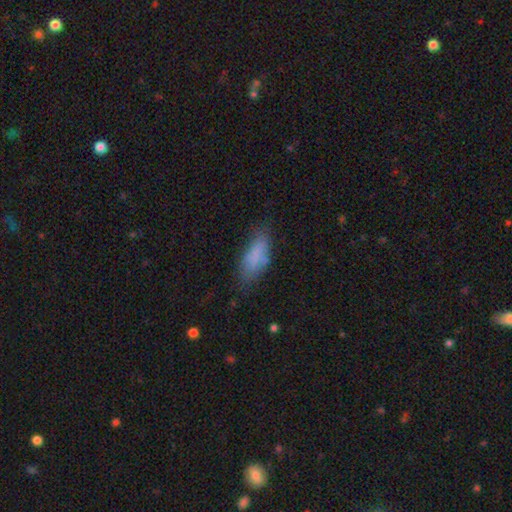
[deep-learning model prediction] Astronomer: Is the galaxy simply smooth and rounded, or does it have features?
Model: smooth — 77%.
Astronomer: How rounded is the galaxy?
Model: in between — 71%.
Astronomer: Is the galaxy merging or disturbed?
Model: none — 61%.